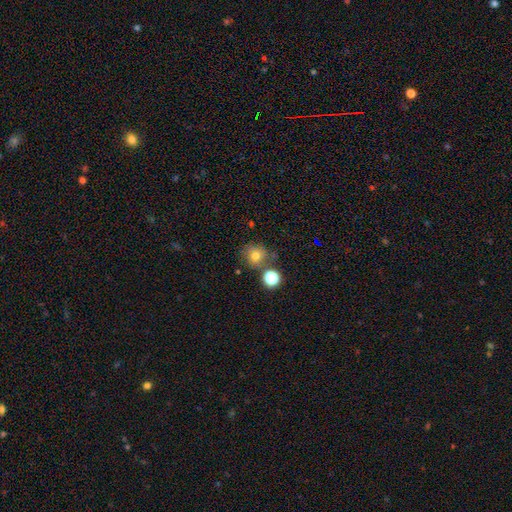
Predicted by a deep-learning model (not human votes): This is likely a smooth galaxy (72%). How rounded: clearly round (87%). Merging: likely none (68%).